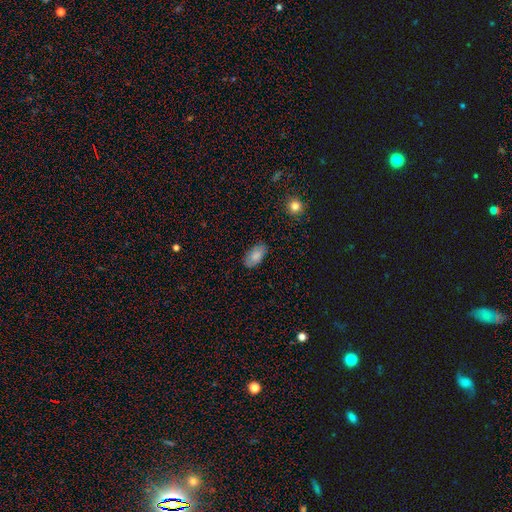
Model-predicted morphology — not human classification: This is clearly a smooth galaxy (84%). How rounded: clearly in between (94%). Merging: clearly none (82%).